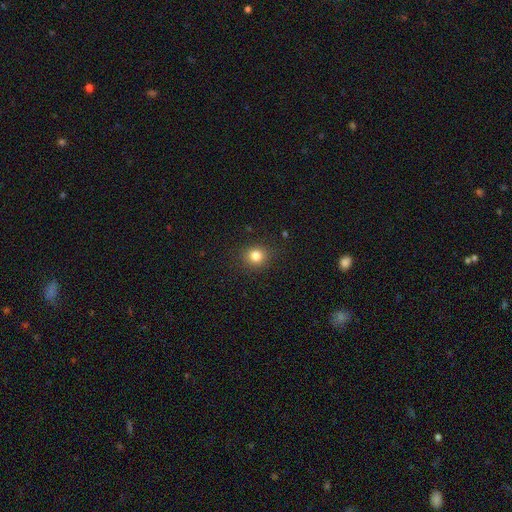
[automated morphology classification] smooth_or_featured: smooth (p=0.82) [alt: star or artifact p=0.12]
how_rounded: round (p=0.84) [alt: in between p=0.15]
merging: none (p=0.88) [alt: minor disturbance p=0.08]